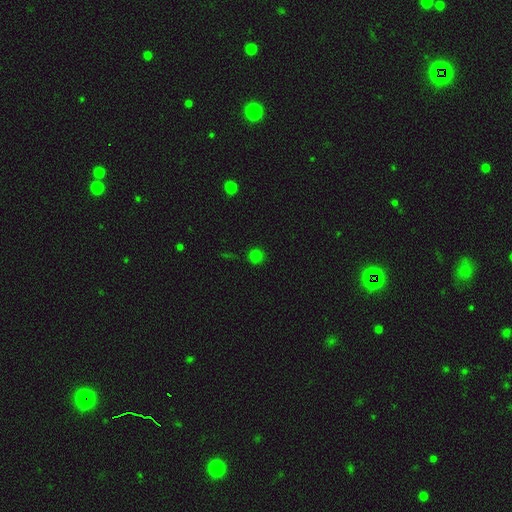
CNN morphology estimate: Smooth or featured? smooth (76%)
How rounded? round (92%)
Merging? none (86%)